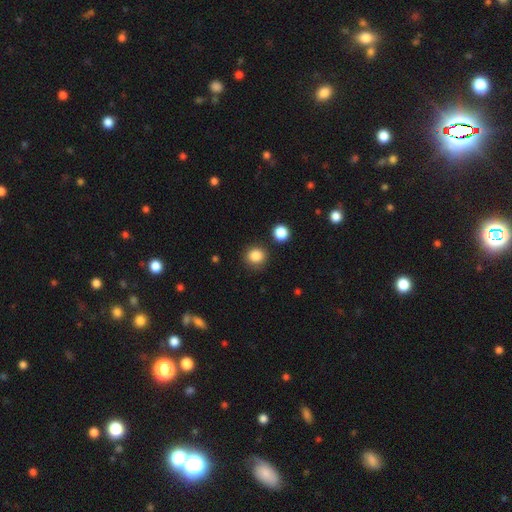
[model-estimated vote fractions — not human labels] A smooth galaxy with no disk features (85%) that is round (86%).

Vote fractions:
- Smooth or featured? smooth: 85% / star or artifact: 11% / featured or disk: 4%
- How rounded? round: 86% / in between: 13% / cigar-shaped: 1%
- Merging? none: 86% / minor disturbance: 8% / merger: 3% / major disturbance: 3%